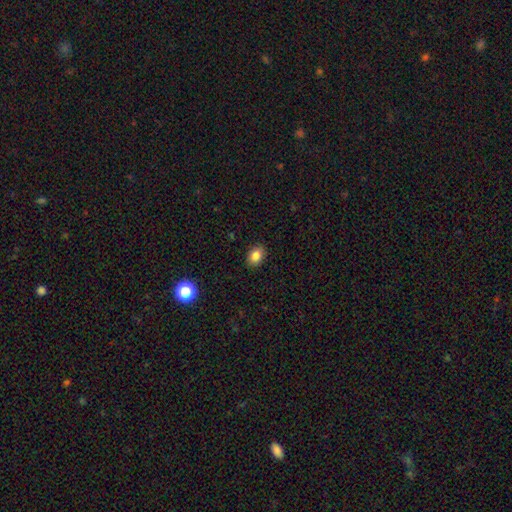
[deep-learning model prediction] A smooth galaxy with no disk features (84%) that is in between round and cigar-shaped (71%).

Vote fractions:
- Smooth or featured? smooth: 84% / star or artifact: 10% / featured or disk: 6%
- How rounded? in between: 71% / round: 28% / cigar-shaped: 1%
- Merging? none: 89% / minor disturbance: 8% / major disturbance: 2% / merger: 1%